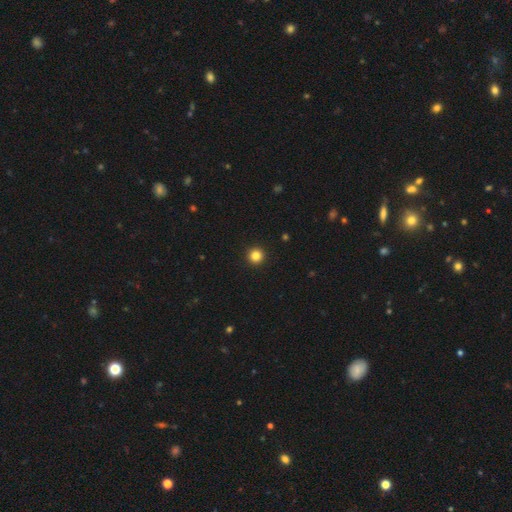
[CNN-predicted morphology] type=smooth (84%); roundness=round (96%); merging=none (94%).